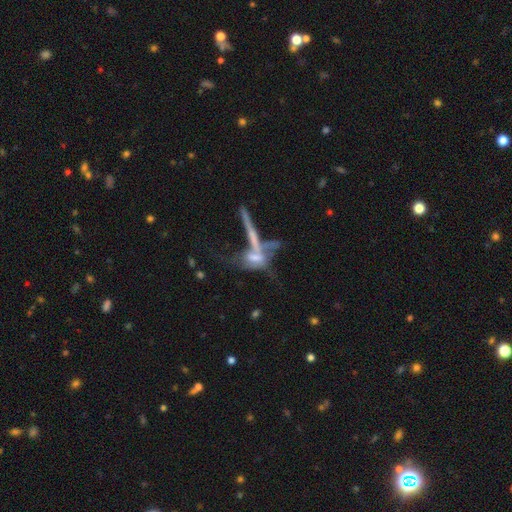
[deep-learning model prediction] Smooth or featured? Predicted: featured or disk (p=0.55). Edge-on disk? Predicted: yes (p=0.50, tied with no). Merging? Predicted: merger (p=0.51).